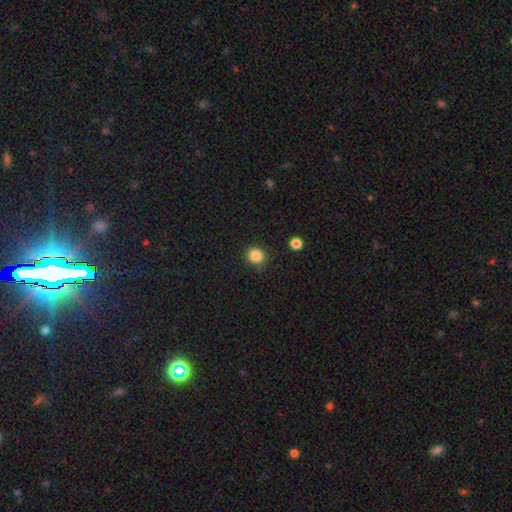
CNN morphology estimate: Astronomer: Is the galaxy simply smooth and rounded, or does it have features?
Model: smooth — 85%.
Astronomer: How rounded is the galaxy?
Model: round — 81%.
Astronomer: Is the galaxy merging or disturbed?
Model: none — 82%.